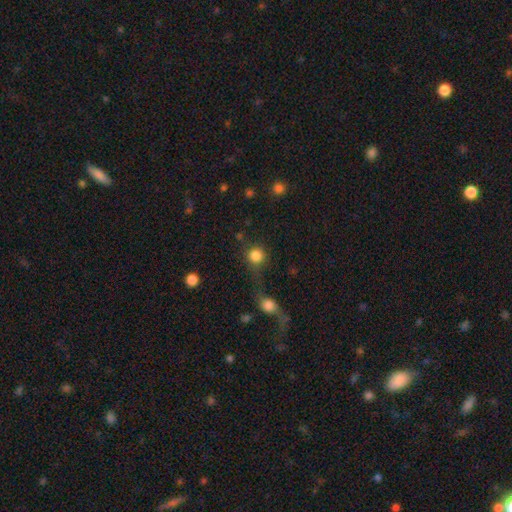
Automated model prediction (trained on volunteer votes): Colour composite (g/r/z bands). It shows a smooth galaxy with no disk features (84%) that is round (91%). Merging: none (54%).